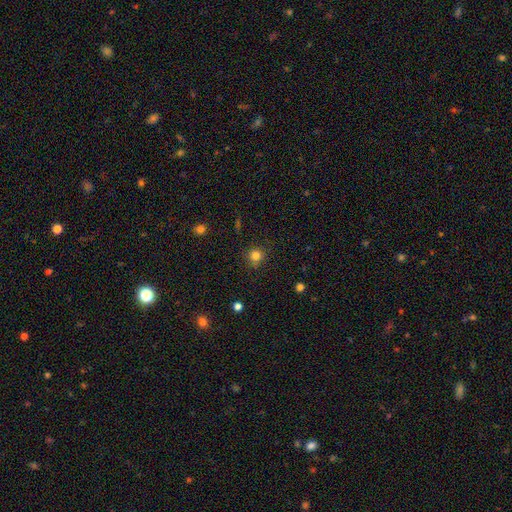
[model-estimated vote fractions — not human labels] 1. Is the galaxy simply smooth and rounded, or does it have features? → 81% smooth, 14% star or artifact, 5% featured or disk.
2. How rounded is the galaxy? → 91% round, 8% in between, 1% cigar-shaped.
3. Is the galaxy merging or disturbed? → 84% none, 12% minor disturbance, 3% major disturbance, 2% merger.